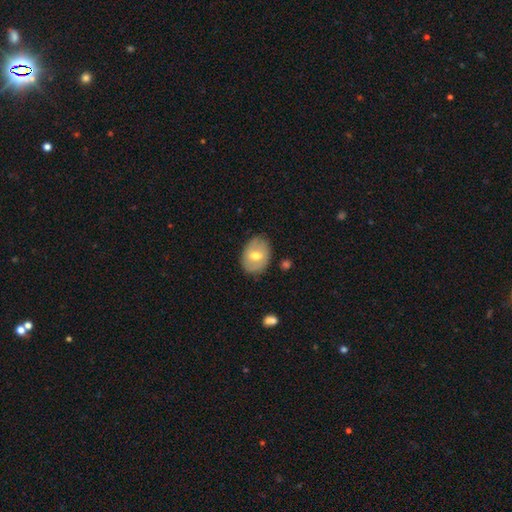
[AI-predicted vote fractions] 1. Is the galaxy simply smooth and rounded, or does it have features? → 56% smooth, 37% featured or disk, 7% star or artifact.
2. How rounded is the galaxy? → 68% in between, 31% round, 1% cigar-shaped.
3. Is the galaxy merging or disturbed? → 79% none, 16% minor disturbance, 4% major disturbance, 2% merger.